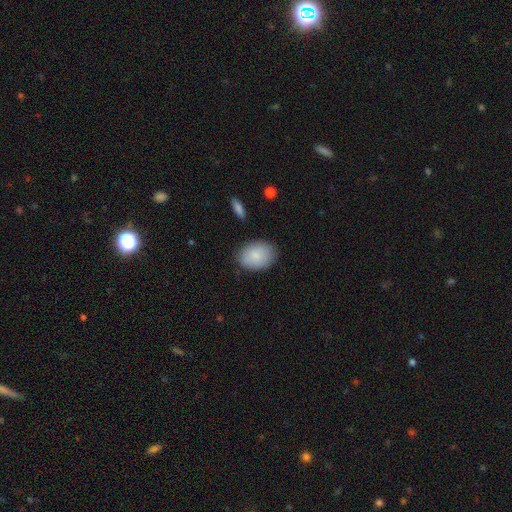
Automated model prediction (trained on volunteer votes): Q: Smooth or featured?
A: smooth (86%); runner-up: featured or disk (8%)
Q: How rounded?
A: in between (80%); runner-up: round (19%)
Q: Merging?
A: none (82%); runner-up: minor disturbance (13%)